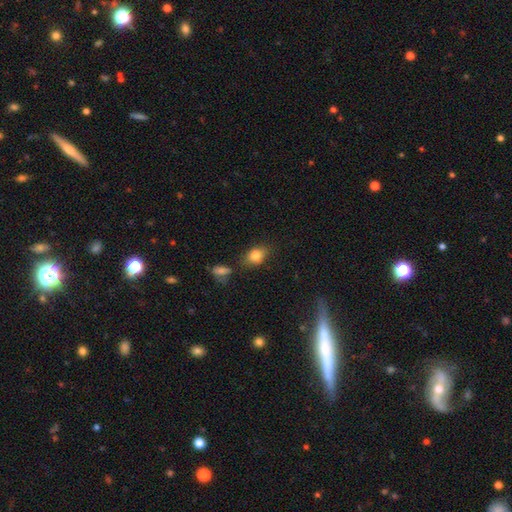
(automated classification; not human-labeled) Q: Smooth or featured?
A: smooth (82%); runner-up: featured or disk (9%)
Q: How rounded?
A: in between (72%); runner-up: round (25%)
Q: Merging?
A: none (72%); runner-up: minor disturbance (17%)